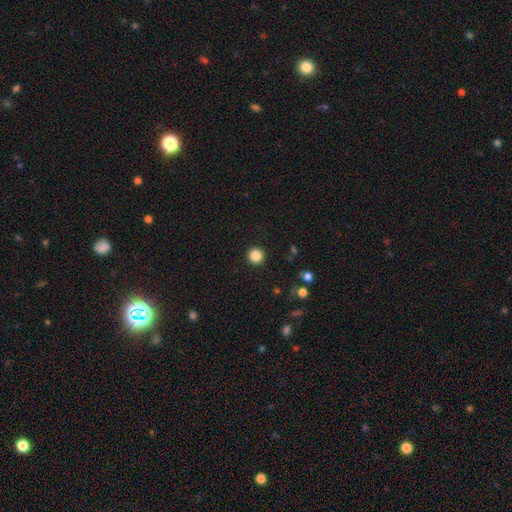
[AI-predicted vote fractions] Smooth or featured? smooth (86%)
How rounded? round (96%)
Merging? none (93%)